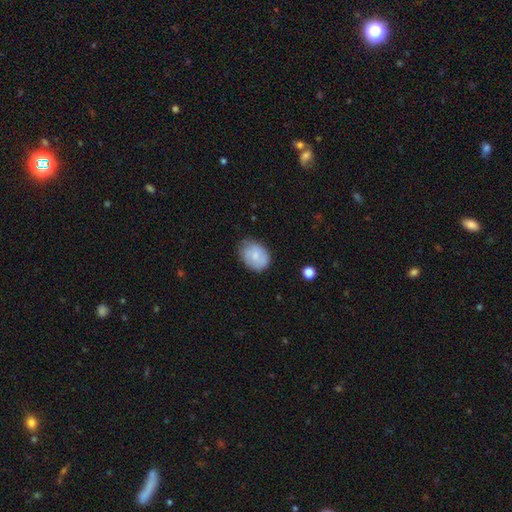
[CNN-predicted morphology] Smooth or featured: smooth — 77% (featured or disk — 16%)
How rounded: in between — 64% (round — 35%)
Merging: none — 69% (minor disturbance — 24%)